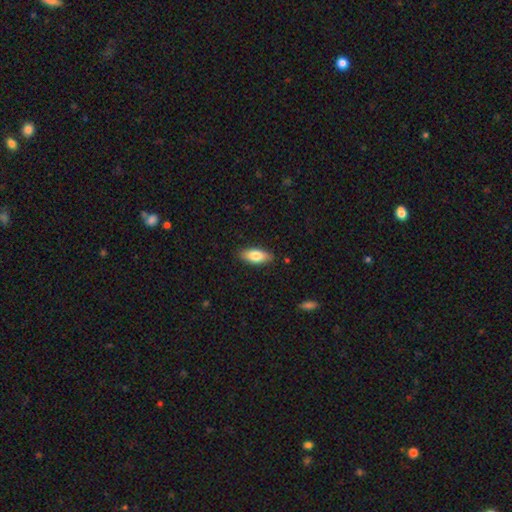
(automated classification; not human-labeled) A smooth galaxy with no disk features (79%) that is in between round and cigar-shaped (83%).

Vote fractions:
- Smooth or featured? smooth: 79% / featured or disk: 15% / star or artifact: 6%
- How rounded? in between: 83% / cigar-shaped: 15% / round: 2%
- Merging? none: 87% / minor disturbance: 10% / major disturbance: 2% / merger: 1%